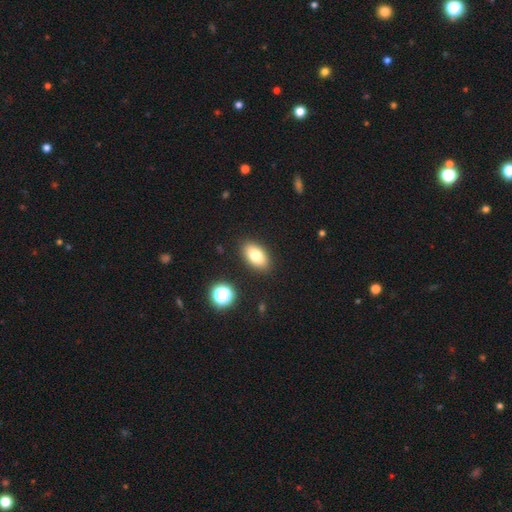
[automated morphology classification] The model was most divided on "smooth or featured": smooth: 76%, featured or disk: 14%, star or artifact: 10%. More confident: how rounded — in between (90%); merging — none (89%).